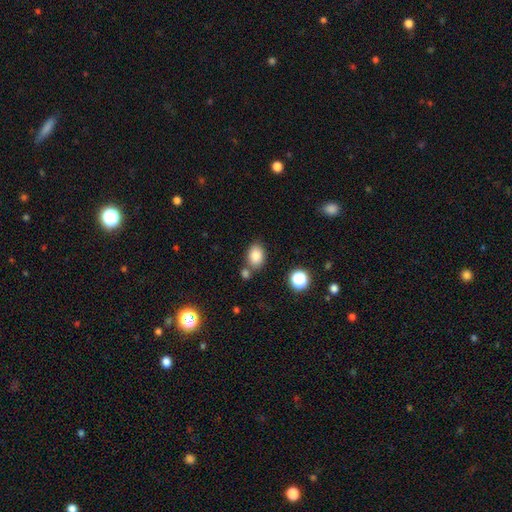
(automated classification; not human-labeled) smooth_or_featured: smooth (p=0.82) [alt: star or artifact p=0.10]
how_rounded: in between (p=0.75) [alt: round p=0.24]
merging: none (p=0.68) [alt: merger p=0.15]